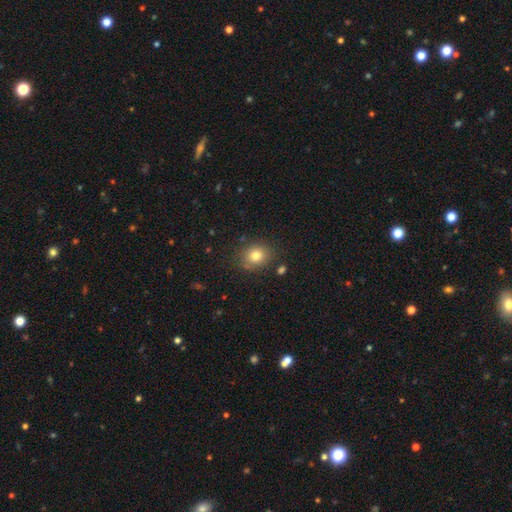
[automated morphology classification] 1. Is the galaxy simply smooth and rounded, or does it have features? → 79% smooth, 12% star or artifact, 9% featured or disk.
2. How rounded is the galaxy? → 70% round, 30% in between, 1% cigar-shaped.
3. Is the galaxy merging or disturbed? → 81% none, 11% minor disturbance, 4% merger, 3% major disturbance.